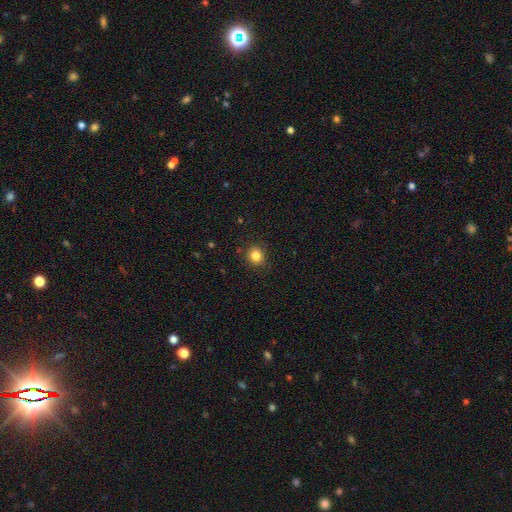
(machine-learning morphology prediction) Overall: smooth (84%). How rounded: round (85%). Merging: none (88%).